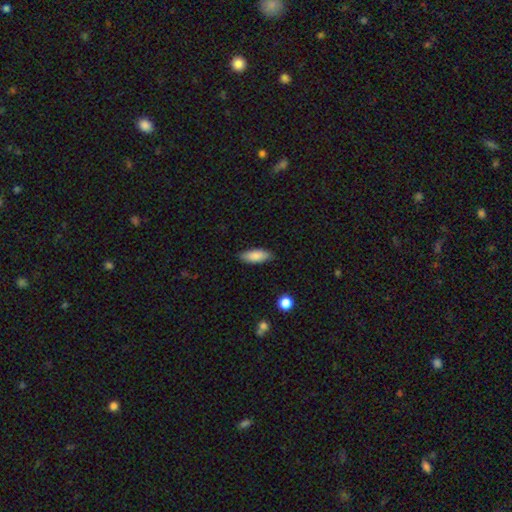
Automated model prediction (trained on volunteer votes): Smooth or featured: smooth — 87% (featured or disk — 7%)
How rounded: in between — 74% (cigar-shaped — 24%)
Merging: none — 86% (minor disturbance — 10%)